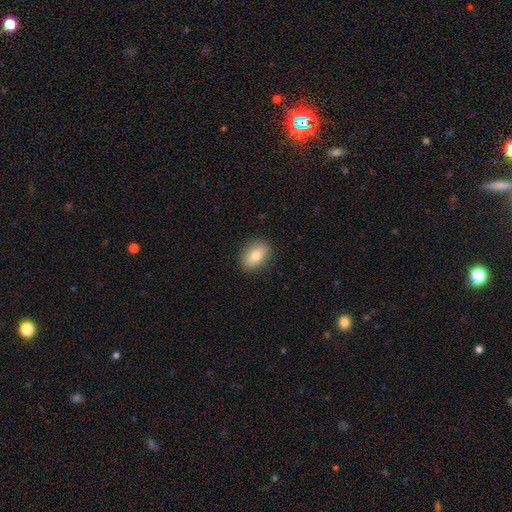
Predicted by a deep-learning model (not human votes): Morphology: type=smooth (76%); roundness=in between (75%); merging=none (88%).